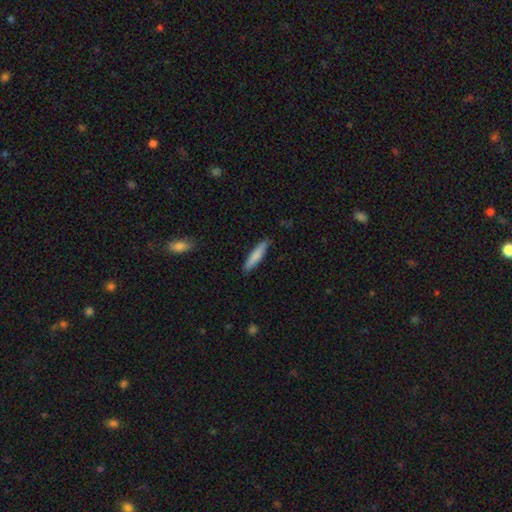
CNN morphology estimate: Overall: smooth (81%). How rounded: cigar-shaped (84%). Merging: none (87%).